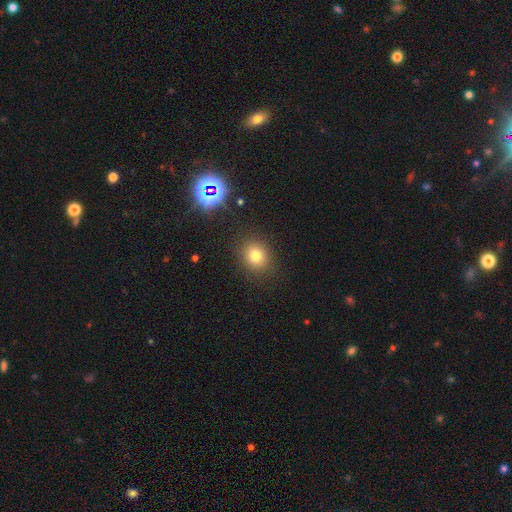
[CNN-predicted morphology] The model was most divided on "how rounded": round: 73%, in between: 26%, cigar-shaped: 1%. More confident: merging — none (87%); smooth or featured — smooth (76%).